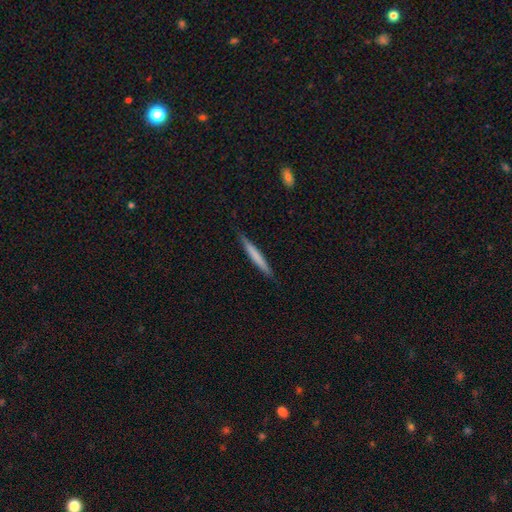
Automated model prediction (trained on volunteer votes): Smooth or featured? smooth (66%)
How rounded? cigar-shaped (96%)
Merging? none (88%)